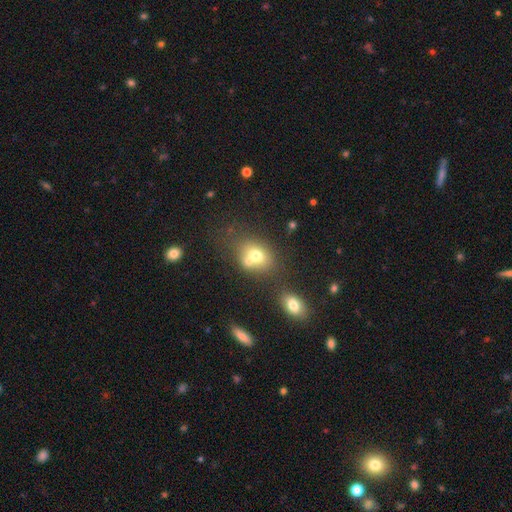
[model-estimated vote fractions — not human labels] A smooth galaxy with no disk features (70%) that is in between round and cigar-shaped (53%).

Vote fractions:
- Smooth or featured? smooth: 70% / featured or disk: 18% / star or artifact: 12%
- How rounded? in between: 53% / round: 46% / cigar-shaped: 1%
- Merging? none: 44% / merger: 38% / minor disturbance: 12% / major disturbance: 6%